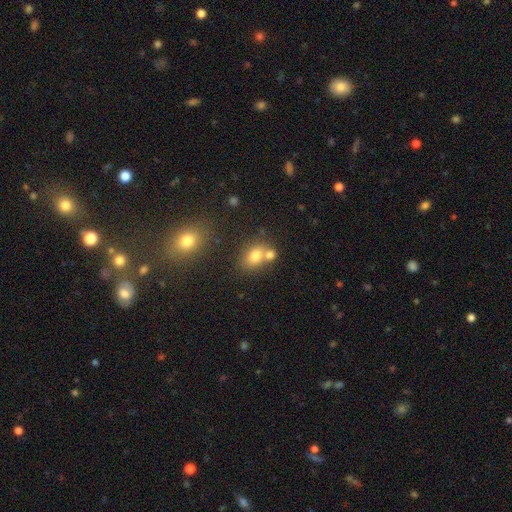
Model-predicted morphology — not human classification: Smooth or featured?
  - smooth: 76% *
  - featured or disk: 13%
  - star or artifact: 11%
How rounded?
  - in between: 66% *
  - round: 33%
  - cigar-shaped: 1%
Merging?
  - none: 45% *
  - merger: 39%
  - minor disturbance: 11%
  - major disturbance: 4%